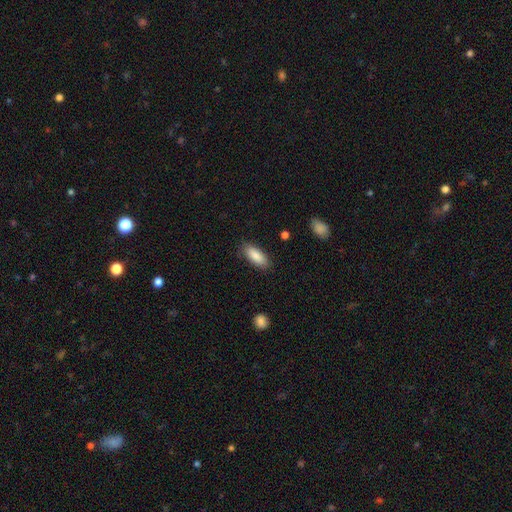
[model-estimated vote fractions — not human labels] smooth 86%, featured or disk 7%, star or artifact 6%. Down the decision tree: how rounded — in between (79%); merging — none (85%).